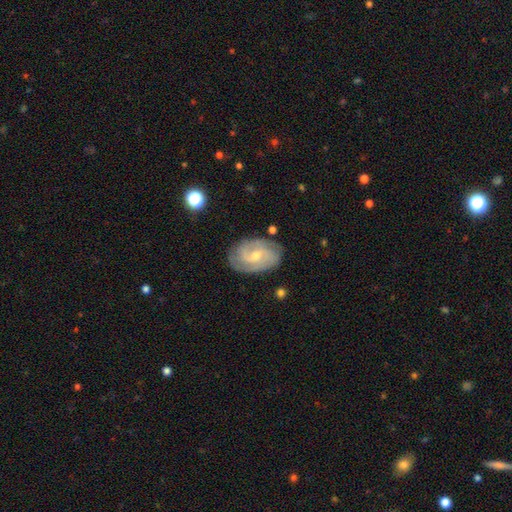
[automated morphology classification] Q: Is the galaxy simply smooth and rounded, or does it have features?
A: featured or disk — 82%.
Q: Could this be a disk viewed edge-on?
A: no — 96%.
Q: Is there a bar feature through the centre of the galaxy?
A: weak — 45%, tied with no.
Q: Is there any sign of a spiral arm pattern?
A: yes — 95%.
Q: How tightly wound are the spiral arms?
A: tight — 53%.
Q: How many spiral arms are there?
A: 2 — 43%.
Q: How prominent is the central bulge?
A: small — 54%.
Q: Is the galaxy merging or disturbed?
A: none — 78%.